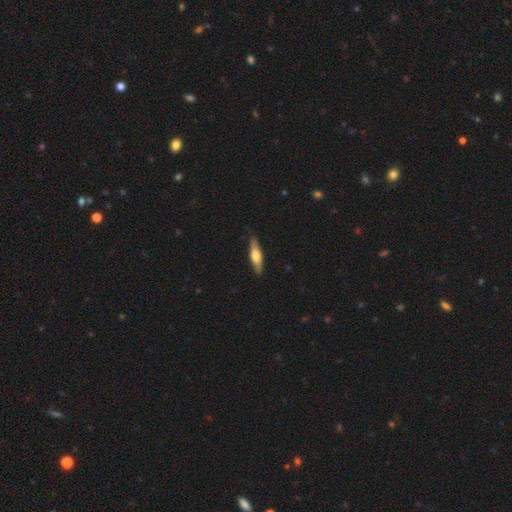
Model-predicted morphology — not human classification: type=smooth (56%); roundness=cigar-shaped (69%); merging=none (85%).